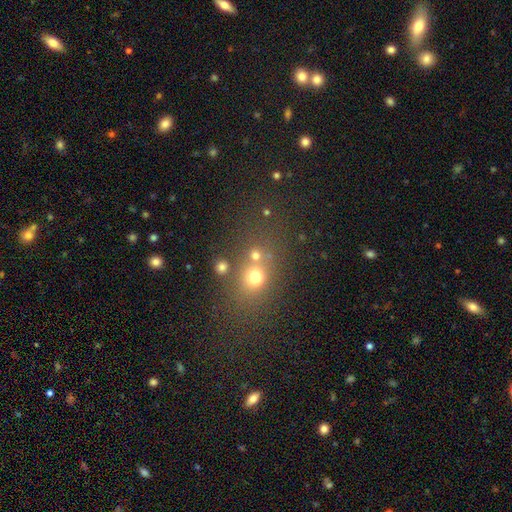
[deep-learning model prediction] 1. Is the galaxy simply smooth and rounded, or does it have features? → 69% smooth, 21% star or artifact, 11% featured or disk.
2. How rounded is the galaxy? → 72% round, 26% in between, 2% cigar-shaped.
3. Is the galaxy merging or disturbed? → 56% none, 28% merger, 10% minor disturbance, 6% major disturbance.